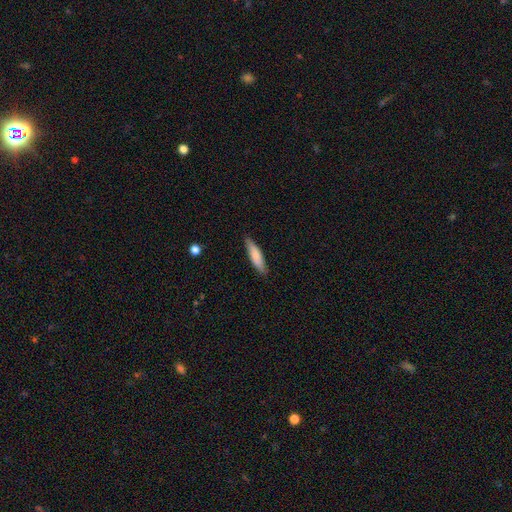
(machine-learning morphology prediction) Smooth or featured: smooth — 78% (featured or disk — 16%)
How rounded: cigar-shaped — 72% (in between — 27%)
Merging: none — 85% (minor disturbance — 12%)